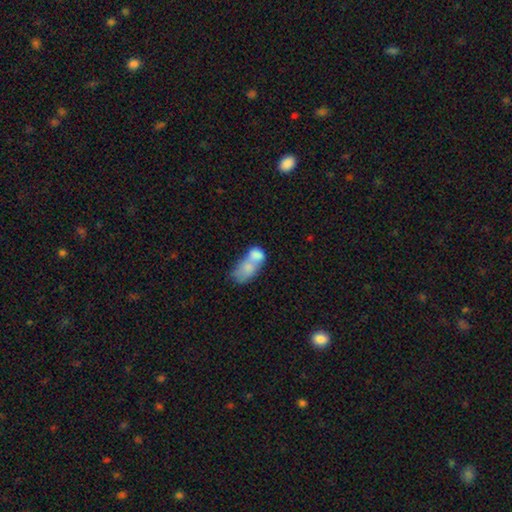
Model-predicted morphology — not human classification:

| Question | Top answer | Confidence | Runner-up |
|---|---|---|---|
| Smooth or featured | smooth | 70% | featured or disk (23%) |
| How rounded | in between | 84% | round (12%) |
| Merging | merger | 73% | none (12%) |